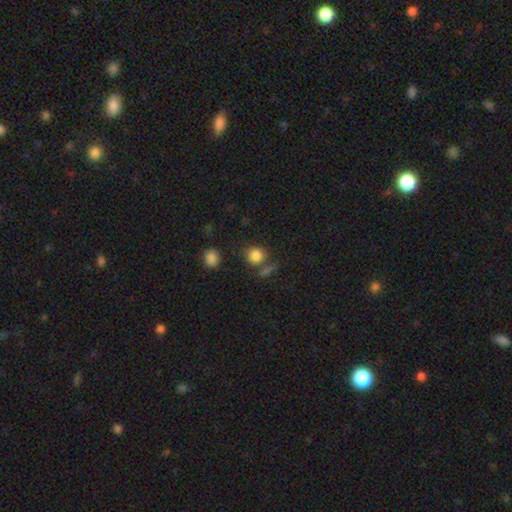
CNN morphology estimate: Smooth or featured: smooth — 84% (star or artifact — 11%)
How rounded: round — 87% (in between — 12%)
Merging: none — 70% (merger — 14%)